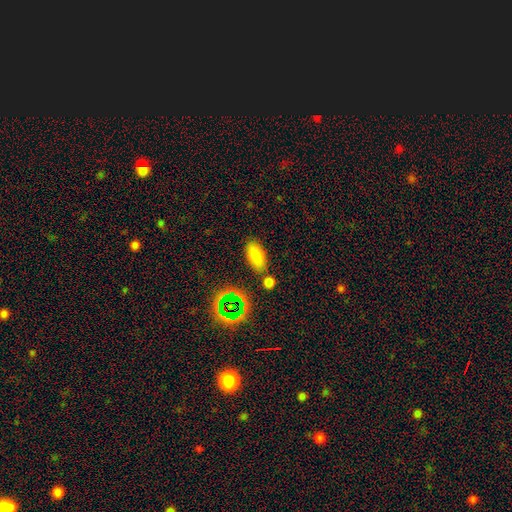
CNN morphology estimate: A smooth galaxy with no disk features (78%) that is in between round and cigar-shaped (90%). Merging: none (76%).